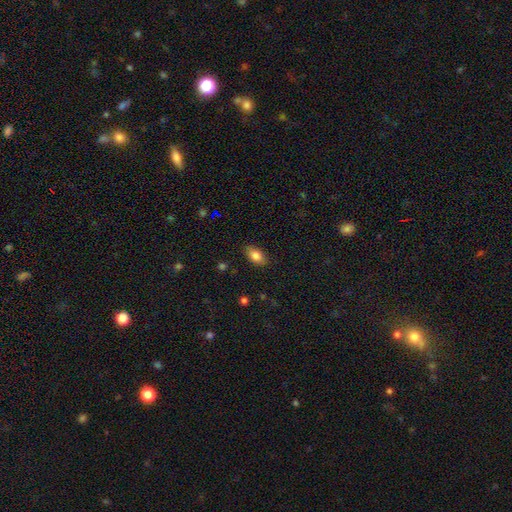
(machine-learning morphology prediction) Q: Smooth or featured?
A: smooth (84%); runner-up: star or artifact (8%)
Q: How rounded?
A: in between (89%); runner-up: round (7%)
Q: Merging?
A: none (85%); runner-up: minor disturbance (11%)